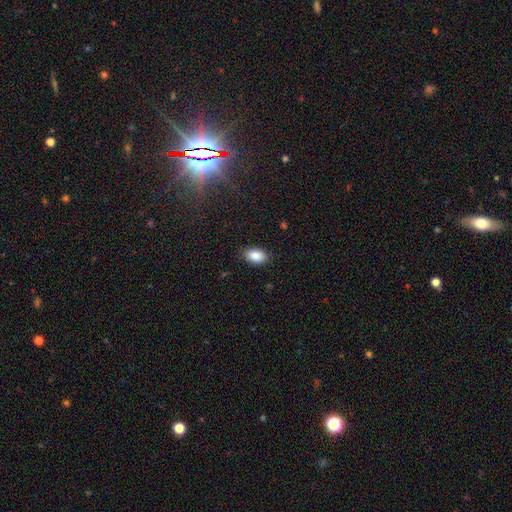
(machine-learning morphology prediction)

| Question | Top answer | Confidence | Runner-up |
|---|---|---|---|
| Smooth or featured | smooth | 87% | star or artifact (8%) |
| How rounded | in between | 91% | round (8%) |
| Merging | none | 86% | minor disturbance (10%) |